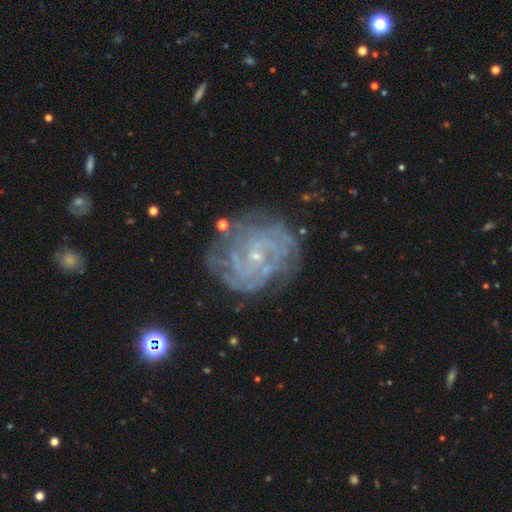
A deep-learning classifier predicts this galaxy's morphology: Smooth or featured?
  - featured or disk: 85% *
  - star or artifact: 7%
  - smooth: 7%
Edge-on disk?
  - no: 97% *
  - yes: 3%
Bar?
  - no: 62% *
  - weak: 31%
  - strong: 7%
Spiral arms?
  - yes: 94% *
  - no: 6%
Spiral winding?
  - tight: 72% *
  - medium: 23%
  - loose: 5%
Spiral arm count?
  - can't tell: 36% *
  - 4: 18%
  - 2: 14%
  - 3: 14%
  - more than 4: 11%
  - 1: 7%
Bulge size?
  - small: 83% *
  - moderate: 11%
  - none: 4%
  - large: 1%
  - dominant: 1%
Merging?
  - none: 73% *
  - minor disturbance: 17%
  - major disturbance: 8%
  - merger: 2%